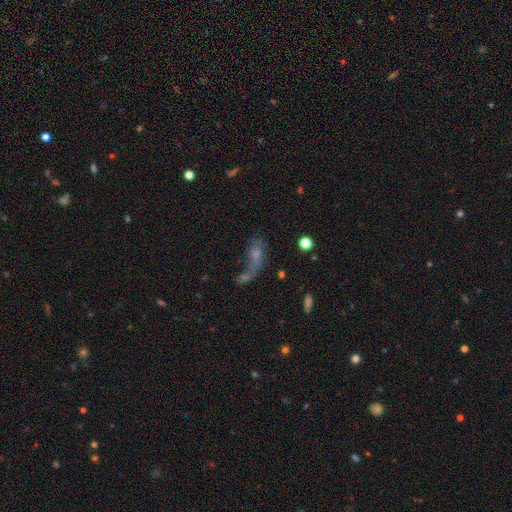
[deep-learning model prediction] The model was most divided on "merging": merger: 40%, none: 27%, major disturbance: 20%, minor disturbance: 13%. More confident: how rounded — in between (71%); smooth or featured — smooth (51%).